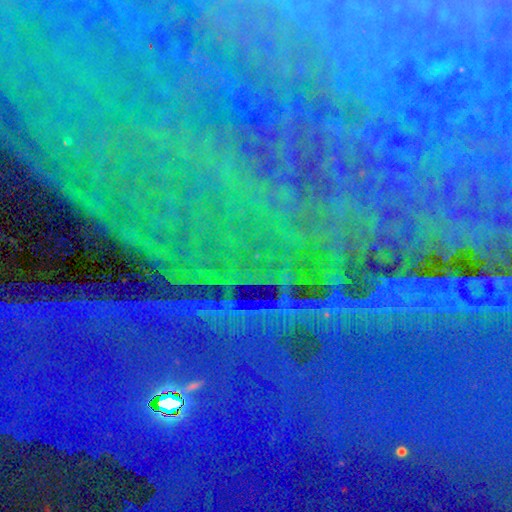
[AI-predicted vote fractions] Overall: star or artifact (87%).